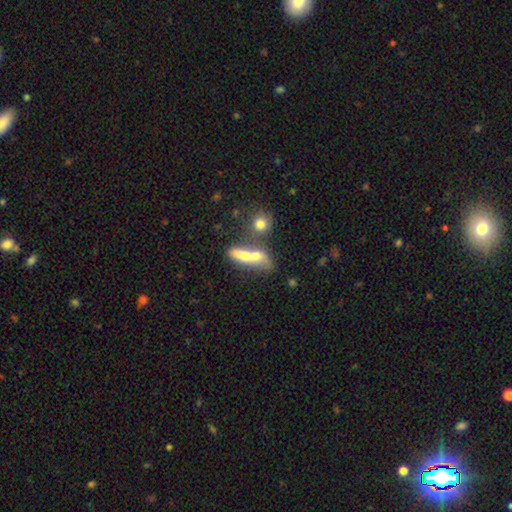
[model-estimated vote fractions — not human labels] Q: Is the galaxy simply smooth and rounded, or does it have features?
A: smooth — 60%.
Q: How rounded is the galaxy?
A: in between — 48%.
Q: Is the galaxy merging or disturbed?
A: merger — 53%.